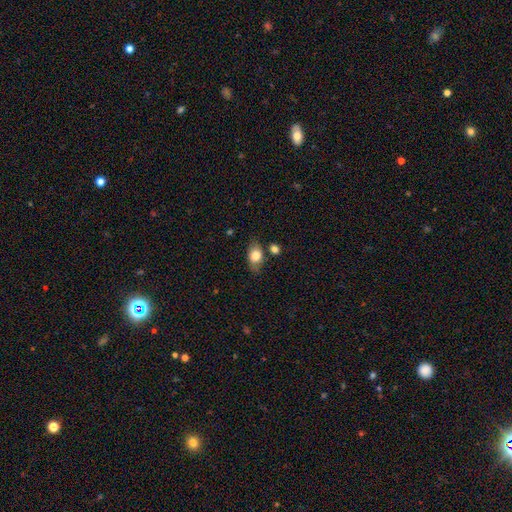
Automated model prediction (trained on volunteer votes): smooth 79%, featured or disk 13%, star or artifact 8%. Down the decision tree: how rounded — in between (76%); merging — none (70%).